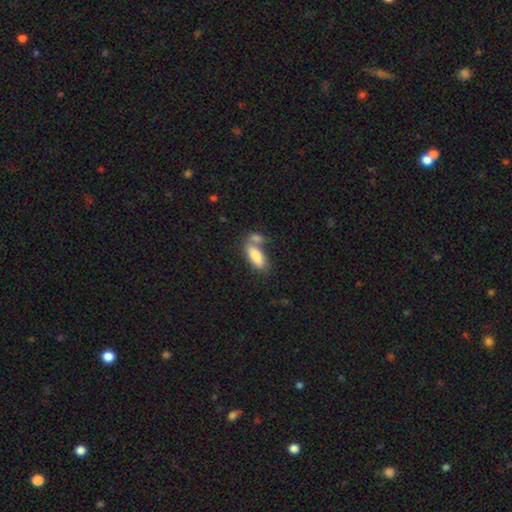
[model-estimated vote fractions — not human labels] smooth-or-featured: smooth: 82% | featured or disk: 11% | star or artifact: 7%
  how-rounded: in between: 77% | cigar-shaped: 20% | round: 2%
  merging: merger: 44% | none: 37% | minor disturbance: 13% | major disturbance: 6%